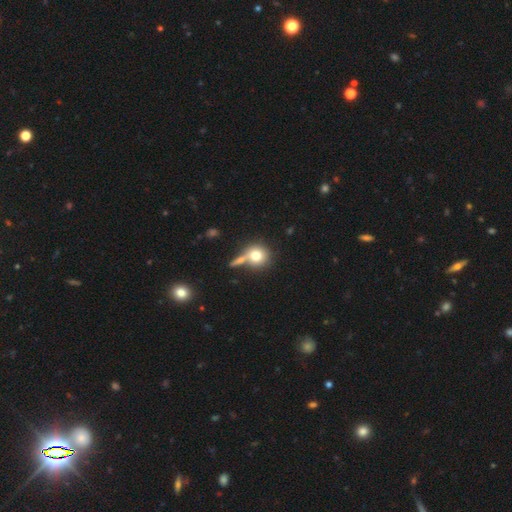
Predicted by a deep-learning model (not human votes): This is likely a smooth galaxy (75%). How rounded: clearly round (89%). Merging: possibly none (55%).